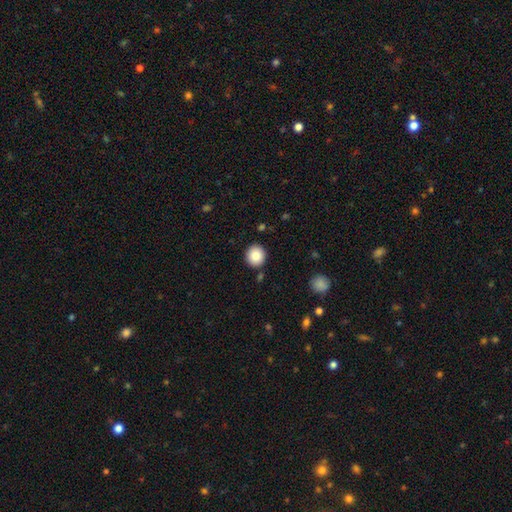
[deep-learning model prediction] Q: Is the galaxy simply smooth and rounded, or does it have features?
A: smooth — 85%.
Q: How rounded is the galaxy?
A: round — 90%.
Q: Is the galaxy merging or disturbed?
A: none — 89%.